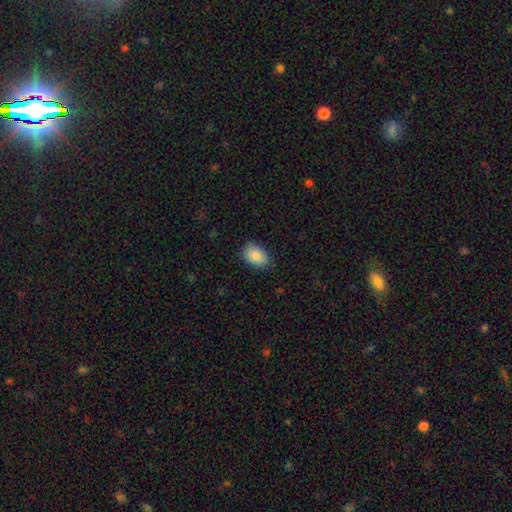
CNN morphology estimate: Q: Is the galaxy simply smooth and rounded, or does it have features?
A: smooth — 88%.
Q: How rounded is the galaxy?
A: in between — 88%.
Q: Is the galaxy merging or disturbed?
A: none — 84%.